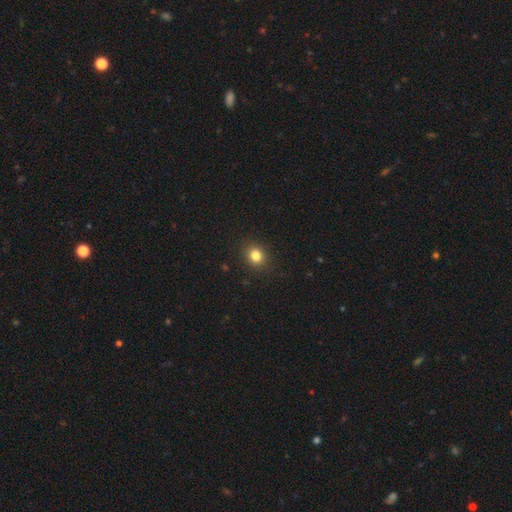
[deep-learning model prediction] smooth-or-featured: smooth: 82% | star or artifact: 12% | featured or disk: 5%
  how-rounded: round: 73% | in between: 26% | cigar-shaped: 1%
  merging: none: 90% | minor disturbance: 7% | major disturbance: 2% | merger: 1%